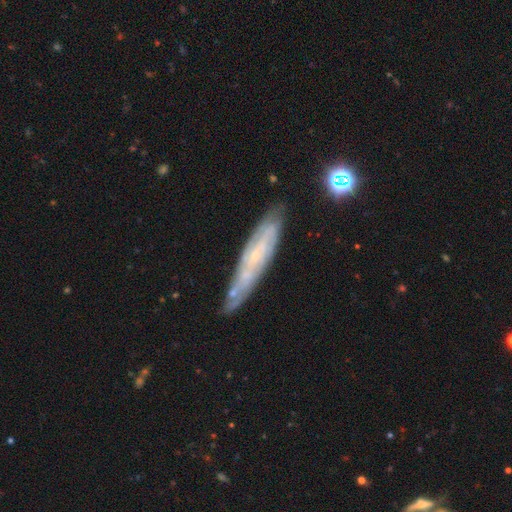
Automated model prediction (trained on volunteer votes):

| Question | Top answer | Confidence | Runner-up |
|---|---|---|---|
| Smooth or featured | featured or disk | 70% | smooth (23%) |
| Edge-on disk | no | 55% | yes (45%) |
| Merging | none | 74% | minor disturbance (18%) |